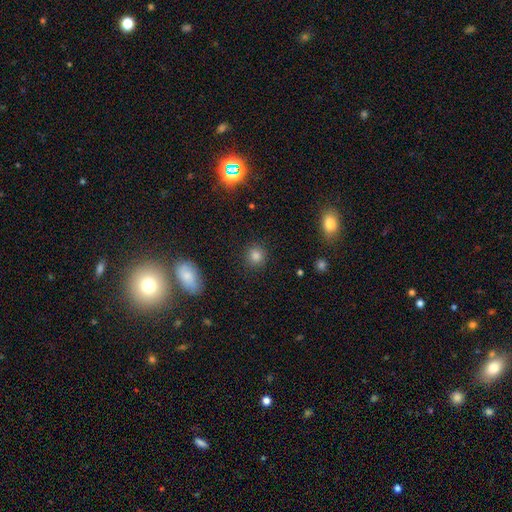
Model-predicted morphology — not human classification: The model was most divided on "smooth or featured": smooth: 81%, star or artifact: 14%, featured or disk: 5%. More confident: merging — none (89%); how rounded — round (88%).